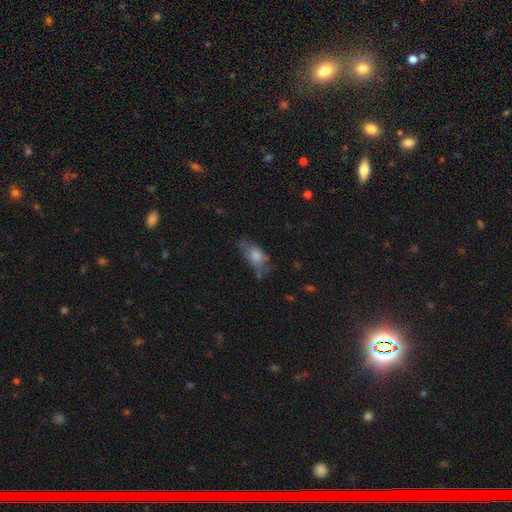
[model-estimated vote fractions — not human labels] Smooth or featured? Predicted: smooth (p=0.63). How rounded? Predicted: in between (p=0.82). Merging? Predicted: none (p=0.50).